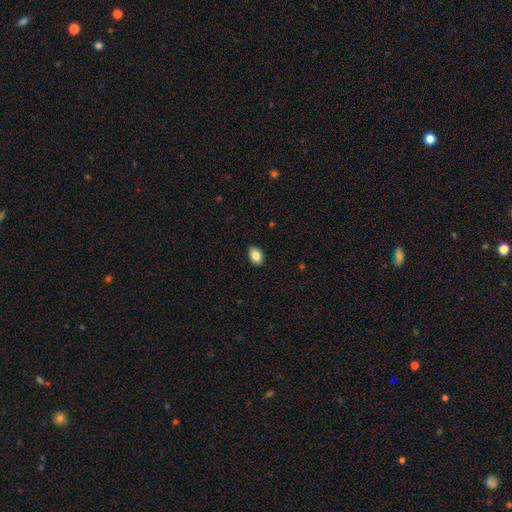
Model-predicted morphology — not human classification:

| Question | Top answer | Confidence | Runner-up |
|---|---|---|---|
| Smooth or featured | smooth | 86% | star or artifact (8%) |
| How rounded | in between | 83% | round (16%) |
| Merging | none | 88% | minor disturbance (9%) |